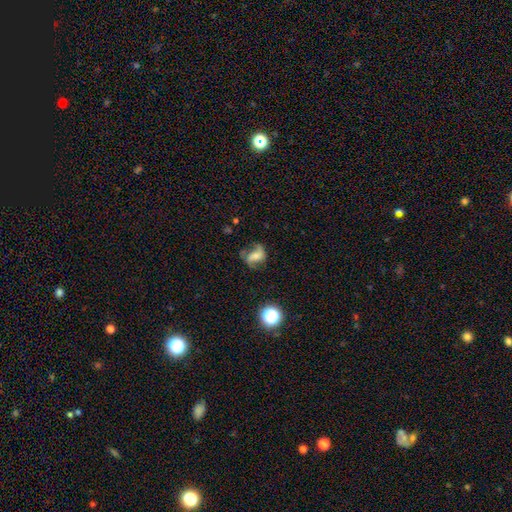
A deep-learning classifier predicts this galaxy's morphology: Q: Smooth or featured?
A: featured or disk (46%); runner-up: smooth (41%)
Q: Merging?
A: none (46%); runner-up: minor disturbance (27%)